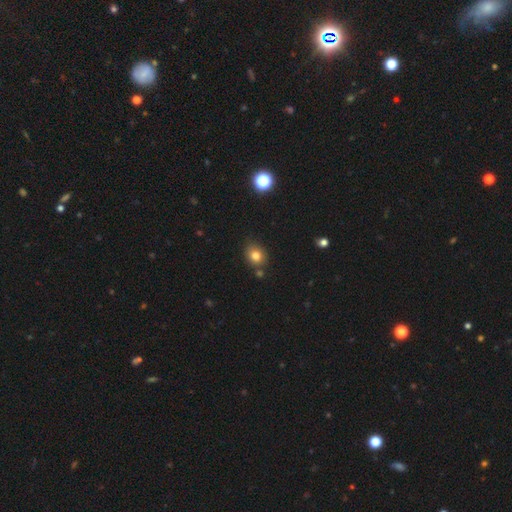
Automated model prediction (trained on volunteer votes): Overall: smooth (79%). How rounded: round (61%; in between 38%). Merging: none (76%).